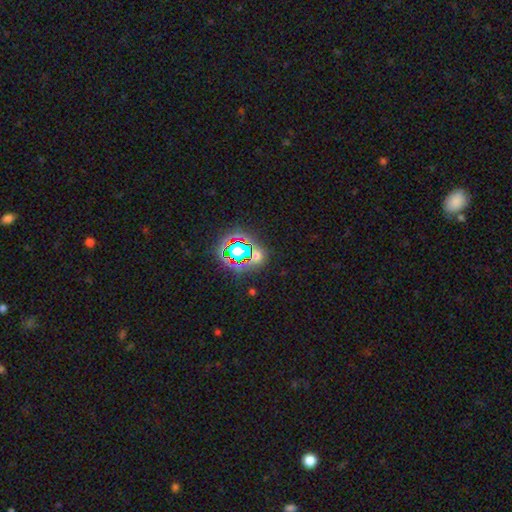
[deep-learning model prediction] The model was most divided on "smooth or featured": star or artifact: 58%, smooth: 31%, featured or disk: 11%.